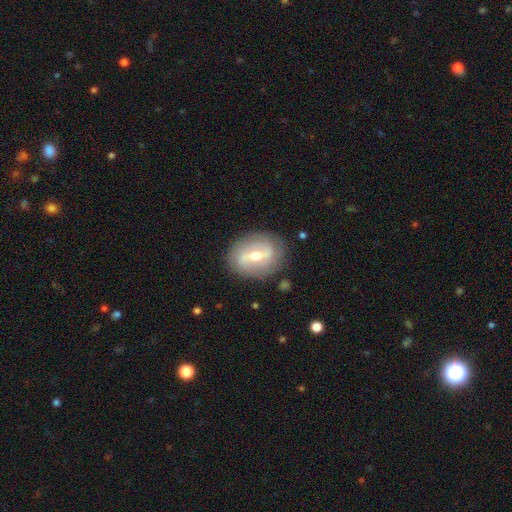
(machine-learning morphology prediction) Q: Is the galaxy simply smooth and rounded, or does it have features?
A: featured or disk — 73%.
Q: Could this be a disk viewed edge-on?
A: no — 93%.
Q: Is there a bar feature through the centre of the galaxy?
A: strong — 49%.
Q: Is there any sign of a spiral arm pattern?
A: yes — 69%.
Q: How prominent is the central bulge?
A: moderate — 62%.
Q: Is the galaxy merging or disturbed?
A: none — 83%.